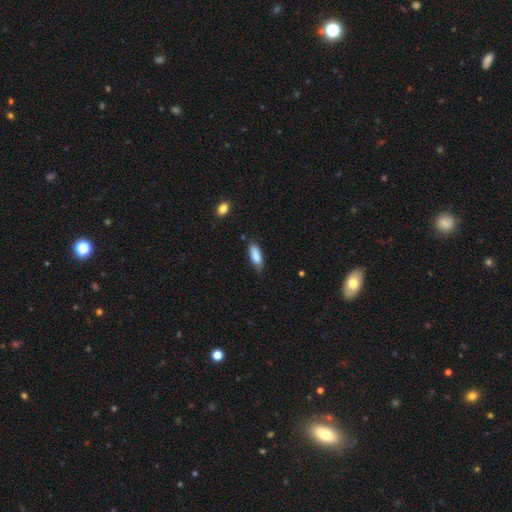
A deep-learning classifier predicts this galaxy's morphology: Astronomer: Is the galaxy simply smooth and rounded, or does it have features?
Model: smooth — 86%.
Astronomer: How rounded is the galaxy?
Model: in between — 70%.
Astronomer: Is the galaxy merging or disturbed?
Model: none — 68%.